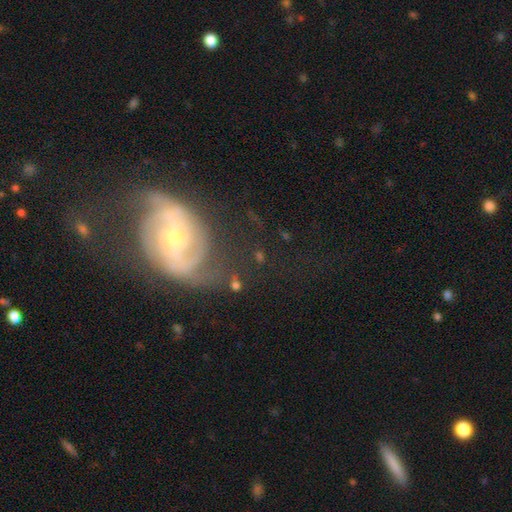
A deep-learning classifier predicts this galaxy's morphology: A featured or disk galaxy (81%) with no bar (48%), 2 (71%) medium (41%) spiral arms (91%) and a moderate central bulge (49%). Merging: none (58%).